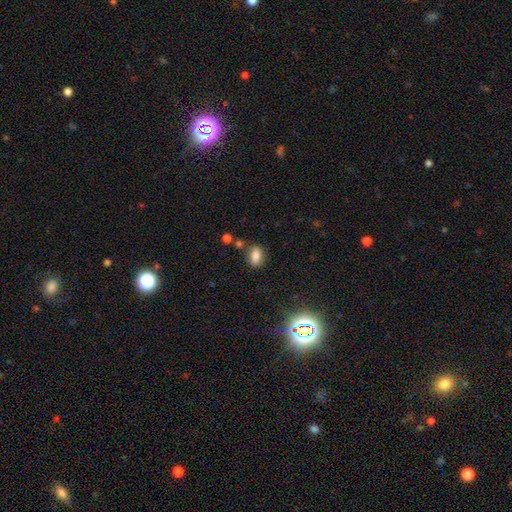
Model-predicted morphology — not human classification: Smooth or featured? smooth (79%)
How rounded? in between (80%)
Merging? none (77%)